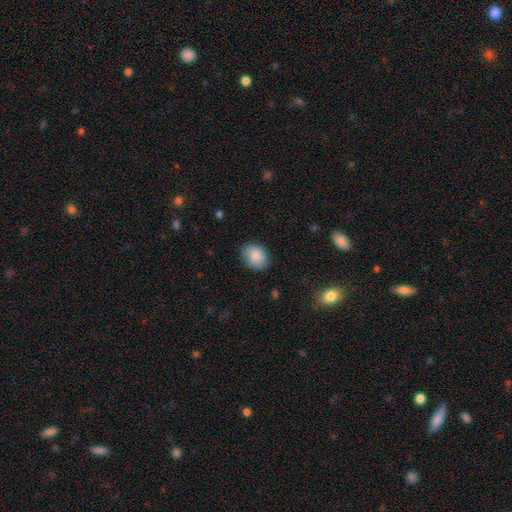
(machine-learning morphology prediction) A smooth galaxy with no disk features (88%) that is in between round and cigar-shaped (59%).

Vote fractions:
- Smooth or featured? smooth: 88% / star or artifact: 7% / featured or disk: 5%
- How rounded? in between: 59% / round: 40% / cigar-shaped: 1%
- Merging? none: 83% / minor disturbance: 13% / major disturbance: 3% / merger: 1%